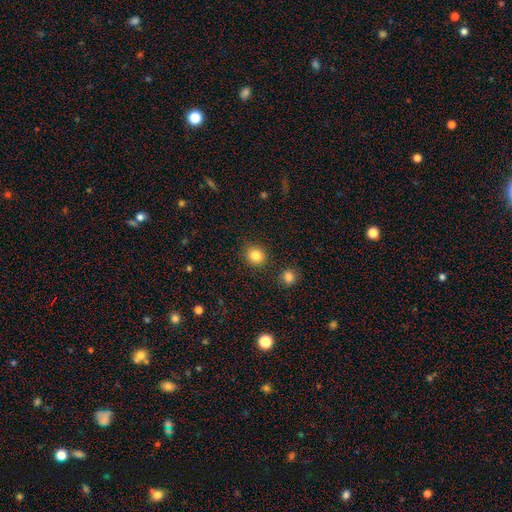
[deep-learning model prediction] Overall: smooth (84%). How rounded: round (80%). Merging: none (87%).